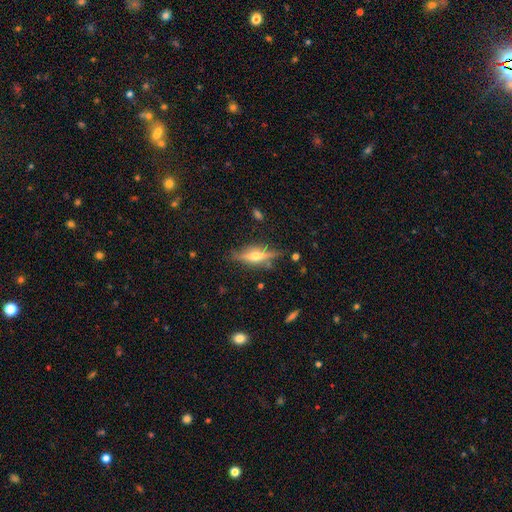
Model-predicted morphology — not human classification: smooth-or-featured: featured or disk: 69% | smooth: 22% | star or artifact: 9%
  disk-edge-on: yes: 94% | no: 6%
    edge-on-bulge: rounded: 92% | boxy: 5% | none: 3%
  merging: none: 82% | minor disturbance: 12% | major disturbance: 3% | merger: 2%